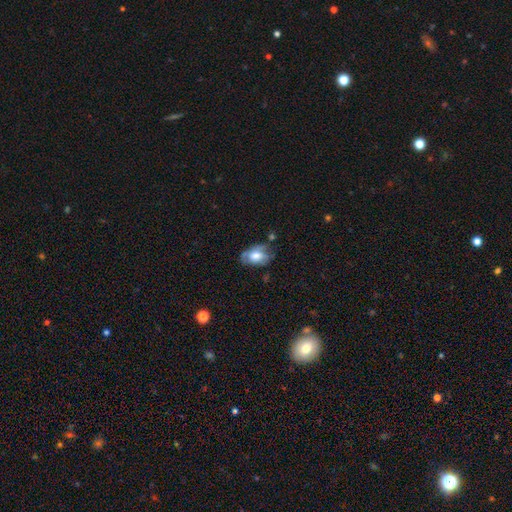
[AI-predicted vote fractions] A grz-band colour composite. It shows a smooth galaxy with no disk features (50%) that is in between round and cigar-shaped (85%). Merging: none (43%).